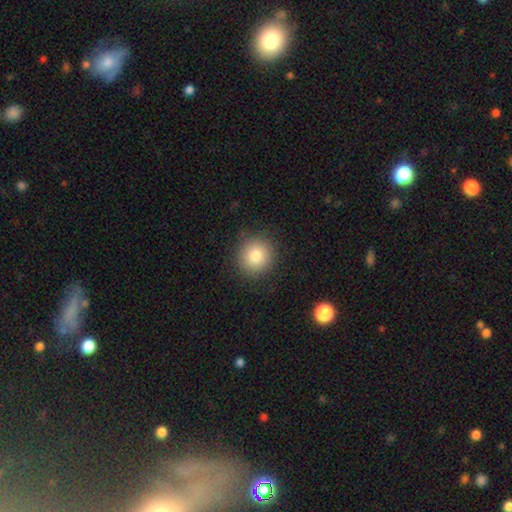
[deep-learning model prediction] A smooth galaxy with no disk features (82%) that is round (91%). Merging: none (88%).